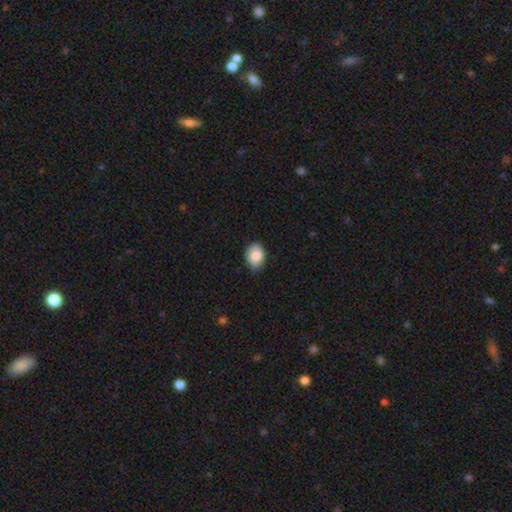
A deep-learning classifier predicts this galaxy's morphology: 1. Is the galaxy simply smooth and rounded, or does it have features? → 87% smooth, 7% star or artifact, 6% featured or disk.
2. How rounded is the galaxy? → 73% in between, 26% round, 1% cigar-shaped.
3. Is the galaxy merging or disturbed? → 78% none, 19% minor disturbance, 2% major disturbance, 1% merger.